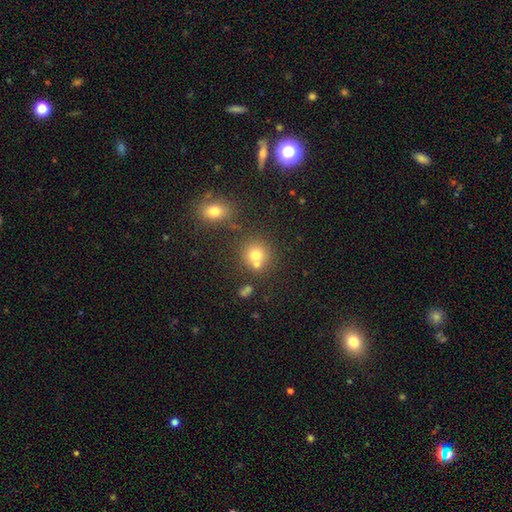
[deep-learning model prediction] This appears to be a smooth galaxy with no disk features (74%) that is round (87%). Merging: none (59%).